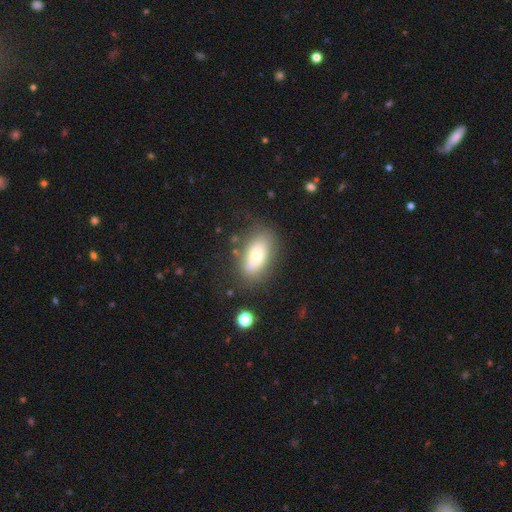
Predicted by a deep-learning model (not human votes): A smooth galaxy with no disk features (68%) that is in between round and cigar-shaped (88%).

Vote fractions:
- Smooth or featured? smooth: 68% / featured or disk: 23% / star or artifact: 9%
- How rounded? in between: 88% / round: 7% / cigar-shaped: 6%
- Merging? none: 74% / minor disturbance: 16% / major disturbance: 6% / merger: 4%